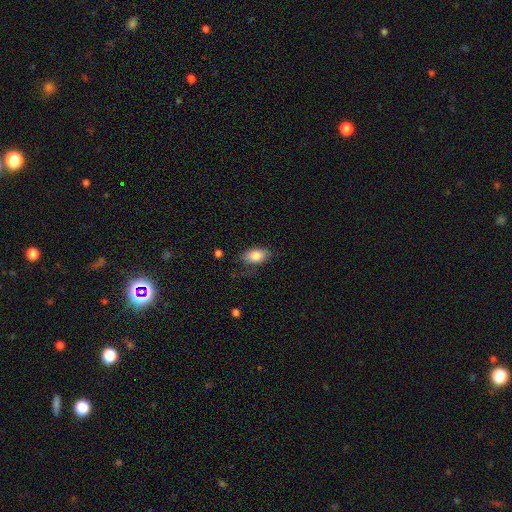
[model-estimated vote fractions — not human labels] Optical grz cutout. It shows a smooth galaxy with no disk features (83%) that is in between round and cigar-shaped (91%). Merging: none (71%).